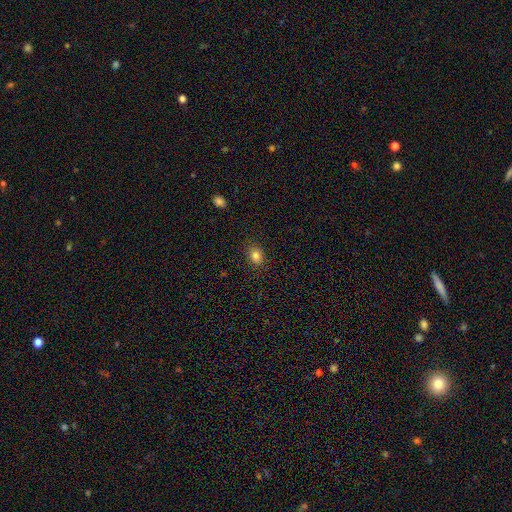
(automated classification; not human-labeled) Q: Smooth or featured?
A: smooth (83%); runner-up: star or artifact (12%)
Q: How rounded?
A: round (50%); runner-up: in between (49%)
Q: Merging?
A: none (85%); runner-up: minor disturbance (11%)